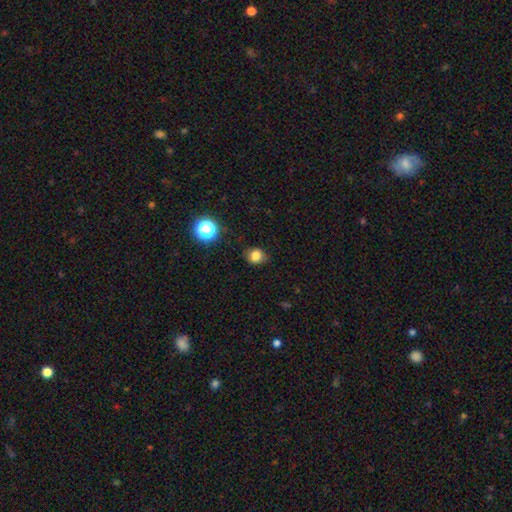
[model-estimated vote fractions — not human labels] A smooth galaxy with no disk features (81%) that is round (76%).

Vote fractions:
- Smooth or featured? smooth: 81% / star or artifact: 14% / featured or disk: 5%
- How rounded? round: 76% / in between: 23% / cigar-shaped: 1%
- Merging? none: 82% / minor disturbance: 14% / major disturbance: 3% / merger: 1%